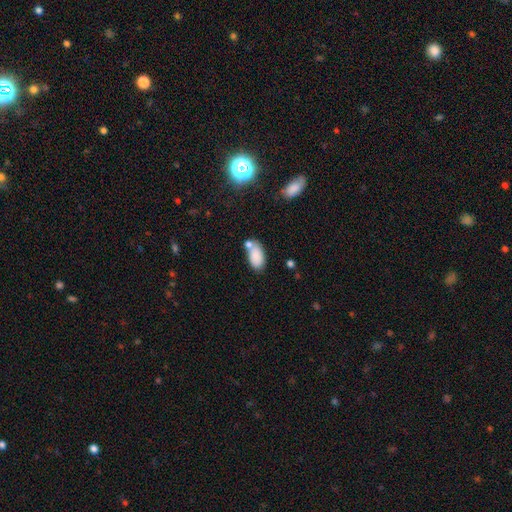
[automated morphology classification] type=smooth (85%); roundness=in between (93%); merging=none (52%).